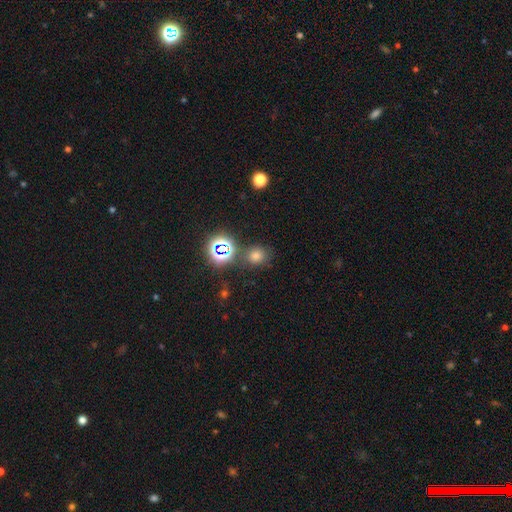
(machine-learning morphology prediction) A smooth galaxy with no disk features (64%) that is round (75%).

Vote fractions:
- Smooth or featured? smooth: 64% / star or artifact: 29% / featured or disk: 7%
- How rounded? round: 75% / in between: 24% / cigar-shaped: 1%
- Merging? none: 77% / minor disturbance: 11% / merger: 8% / major disturbance: 4%